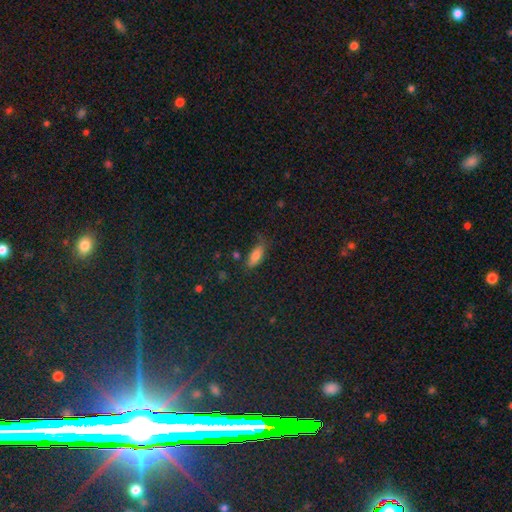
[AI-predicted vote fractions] This appears to be a smooth galaxy with no disk features (79%) that is in between round and cigar-shaped (75%). Merging: none (63%).